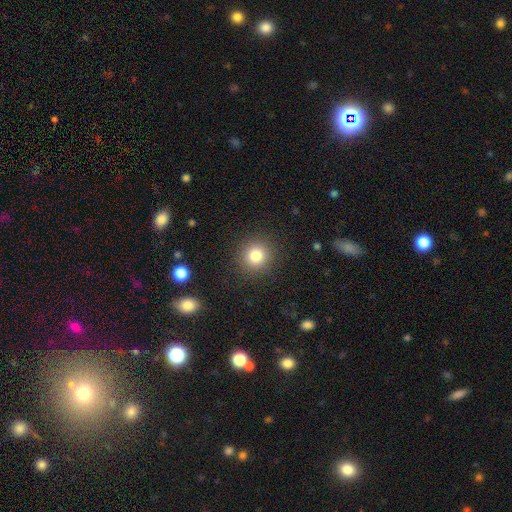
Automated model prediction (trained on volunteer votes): Smooth or featured? smooth (82%)
How rounded? round (92%)
Merging? none (89%)